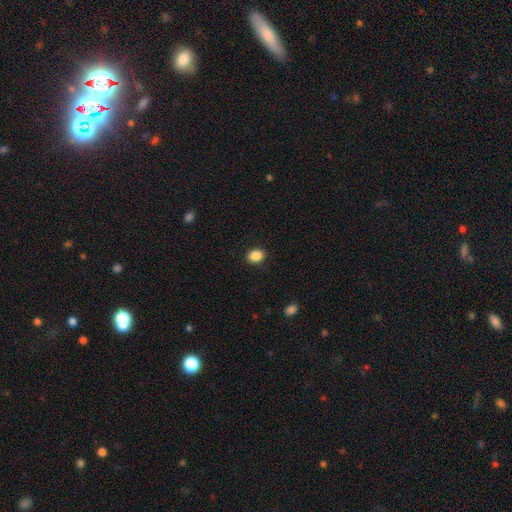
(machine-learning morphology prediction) Smooth or featured? smooth (88%)
How rounded? in between (58%)
Merging? none (90%)